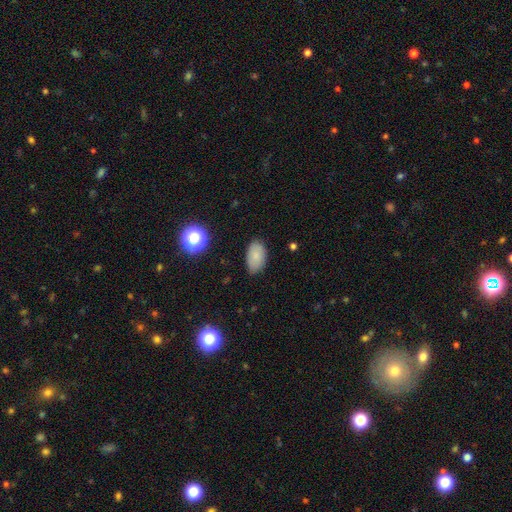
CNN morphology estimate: Overall: smooth (84%). How rounded: in between (93%). Merging: none (81%).